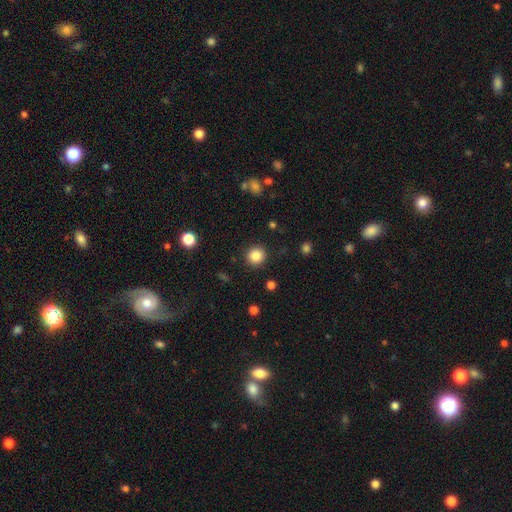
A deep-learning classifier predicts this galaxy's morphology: Smooth or featured: smooth — 84% (star or artifact — 11%)
How rounded: round — 93% (in between — 6%)
Merging: none — 91% (minor disturbance — 6%)